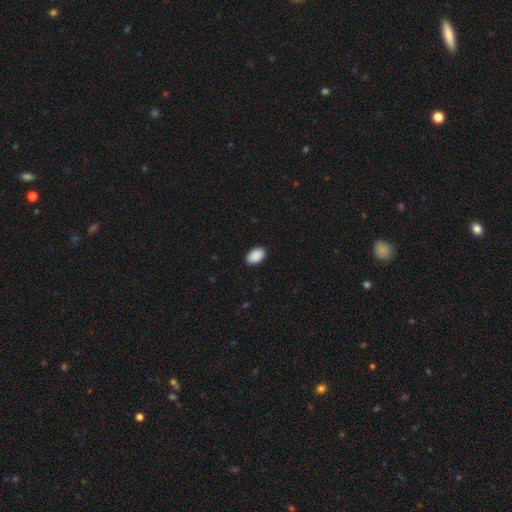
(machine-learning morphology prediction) A smooth galaxy with no disk features (91%) that is in between round and cigar-shaped (92%). Merging: none (90%).